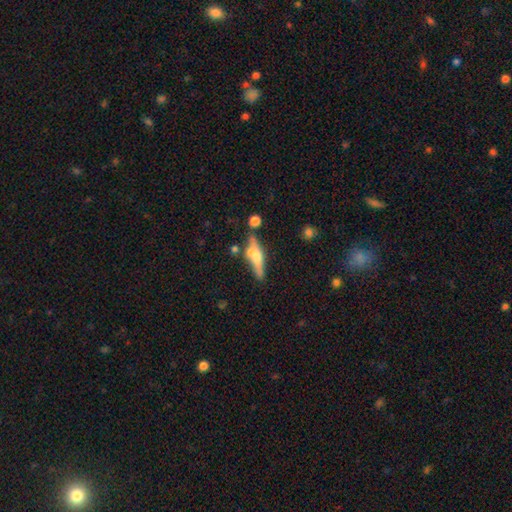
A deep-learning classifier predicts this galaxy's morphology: A featured or disk galaxy (53%) viewed edge-on (89%). Merging: none (64%).